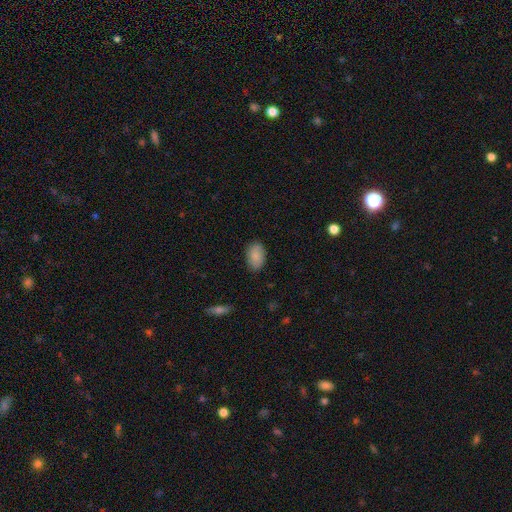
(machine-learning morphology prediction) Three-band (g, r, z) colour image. It shows a smooth galaxy with no disk features (85%) that is in between round and cigar-shaped (90%). Merging: none (85%).